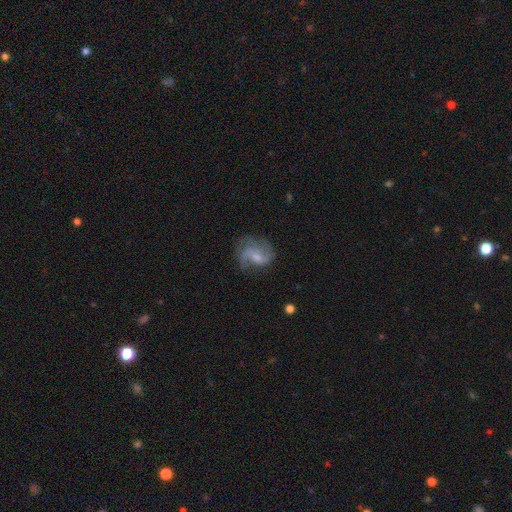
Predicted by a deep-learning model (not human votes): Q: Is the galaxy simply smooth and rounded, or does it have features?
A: featured or disk — 69%.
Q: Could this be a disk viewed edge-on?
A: no — 98%.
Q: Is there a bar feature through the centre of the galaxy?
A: no — 52%.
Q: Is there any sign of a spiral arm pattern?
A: yes — 87%.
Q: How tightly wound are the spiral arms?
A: loose — 43%, tied with medium.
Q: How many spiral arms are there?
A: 2 — 35%.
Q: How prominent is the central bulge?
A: small — 42%.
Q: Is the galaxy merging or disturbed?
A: none — 52%.